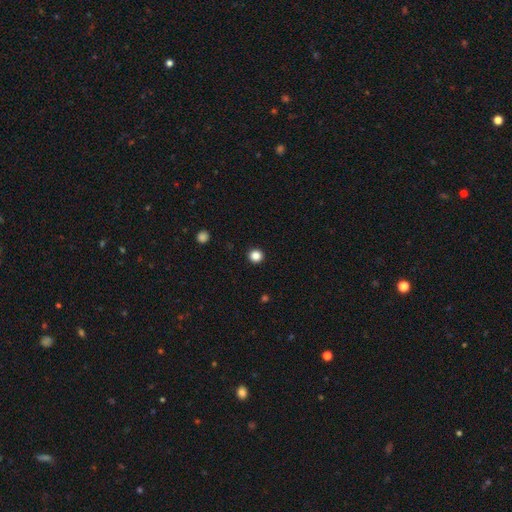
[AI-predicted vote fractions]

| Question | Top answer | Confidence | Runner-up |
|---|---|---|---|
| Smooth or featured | smooth | 85% | star or artifact (12%) |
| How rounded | round | 95% | in between (4%) |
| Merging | none | 94% | minor disturbance (4%) |